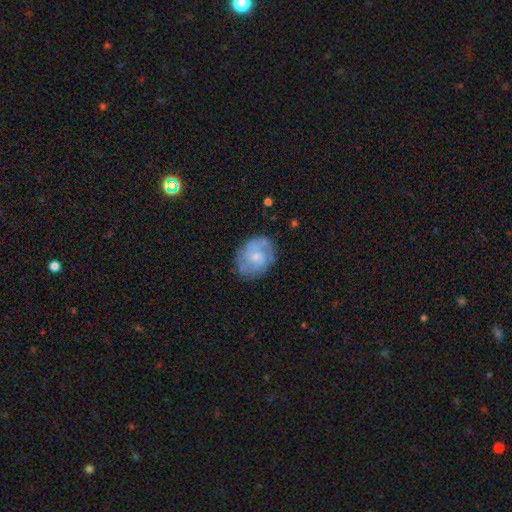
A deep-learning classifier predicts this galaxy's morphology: Overall: featured or disk (61%; smooth 32%). Edge-on disk: no (98%). Bar: no (67%; weak 30%). Spiral arms: yes (82%). Bulge size: small (54%; moderate 33%). Merging: none (72%).